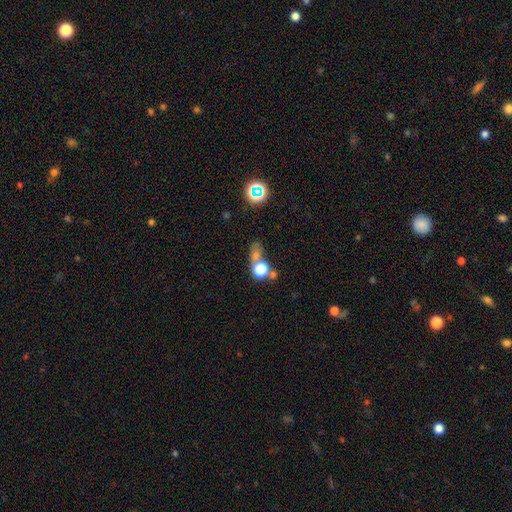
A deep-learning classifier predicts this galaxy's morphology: smooth 57%, star or artifact 30%, featured or disk 13%. Down the decision tree: how rounded — round (73%); merging — none (47%).